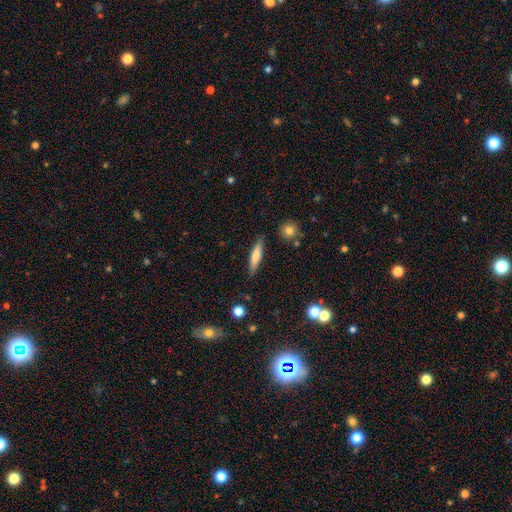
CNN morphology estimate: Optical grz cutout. It shows a smooth galaxy with no disk features (68%) that is cigar-shaped (83%). Merging: none (87%).